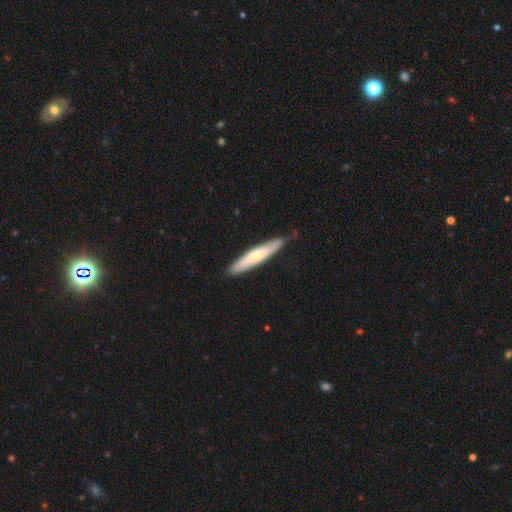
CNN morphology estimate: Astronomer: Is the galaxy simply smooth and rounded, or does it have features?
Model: smooth — 55% (runner-up: featured or disk, 40%).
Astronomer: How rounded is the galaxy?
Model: cigar-shaped — 87%.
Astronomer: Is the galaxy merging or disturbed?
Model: none — 79%.